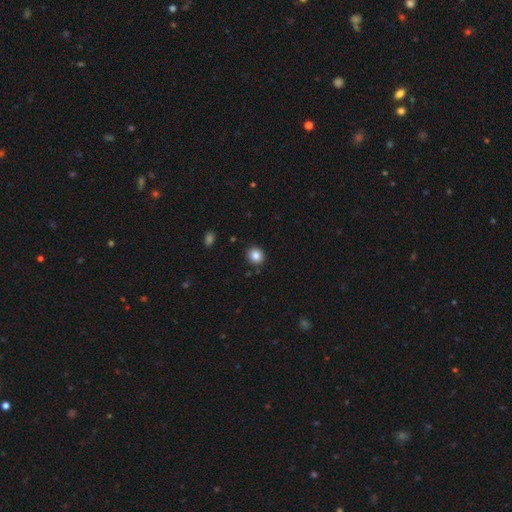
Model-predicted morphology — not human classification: Q: Smooth or featured?
A: smooth (84%); runner-up: star or artifact (10%)
Q: How rounded?
A: round (86%); runner-up: in between (13%)
Q: Merging?
A: none (89%); runner-up: minor disturbance (7%)